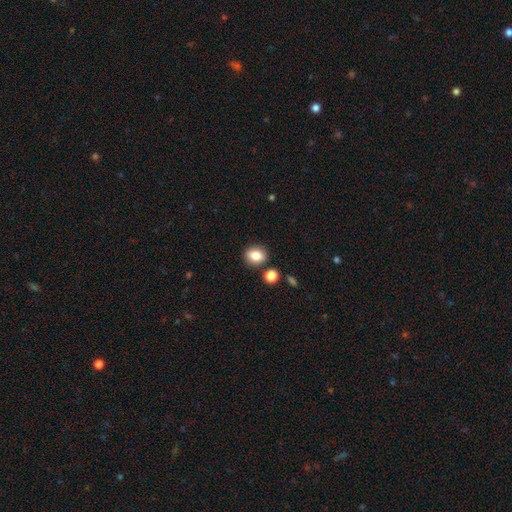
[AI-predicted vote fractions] smooth 83%, star or artifact 10%, featured or disk 7%. Down the decision tree: how rounded — round (55%); merging — none (83%).